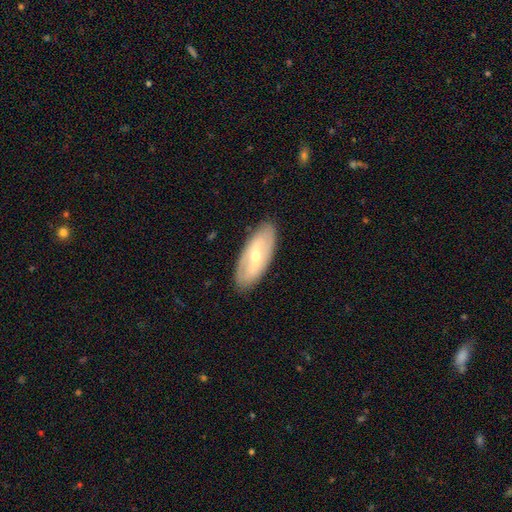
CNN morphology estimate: A featured or disk galaxy (65%) with a strong bar (40%), spiral arms (52%) and a moderate central bulge (49%).

Vote fractions:
- Smooth or featured? featured or disk: 65% / smooth: 30% / star or artifact: 6%
- Edge-on disk? no: 83% / yes: 17%
- Bar? strong: 40% / weak: 39% / no: 22%
- Spiral arms? yes: 52% / no: 48%
- Bulge size? moderate: 49% / small: 47% / large: 2% / none: 1% / dominant: 1%
- Merging? none: 87% / minor disturbance: 10% / major disturbance: 2% / merger: 1%